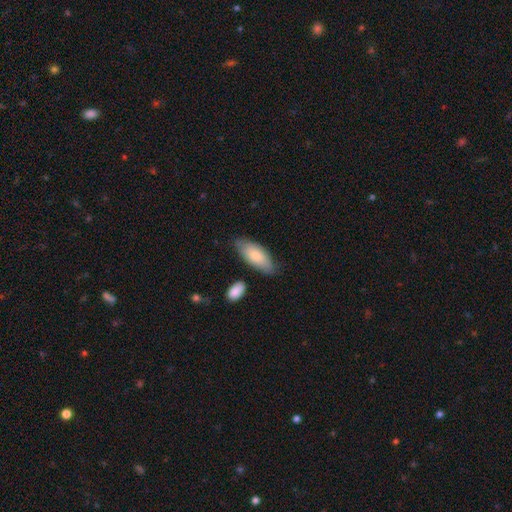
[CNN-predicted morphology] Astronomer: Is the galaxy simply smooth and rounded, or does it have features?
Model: smooth — 79%.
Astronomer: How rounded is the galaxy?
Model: in between — 85%.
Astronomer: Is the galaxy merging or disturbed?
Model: none — 74%.